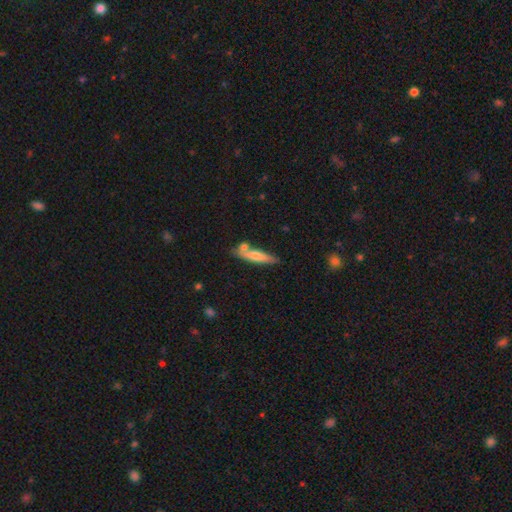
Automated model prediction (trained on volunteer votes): Smooth or featured? Predicted: smooth (p=0.63). How rounded? Predicted: cigar-shaped (p=0.83). Merging? Predicted: none (p=0.67).